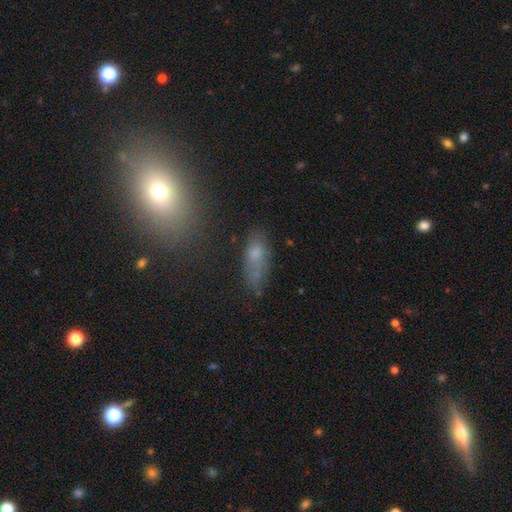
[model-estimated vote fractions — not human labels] Smooth or featured? smooth (64%)
How rounded? in between (68%)
Merging? none (57%)